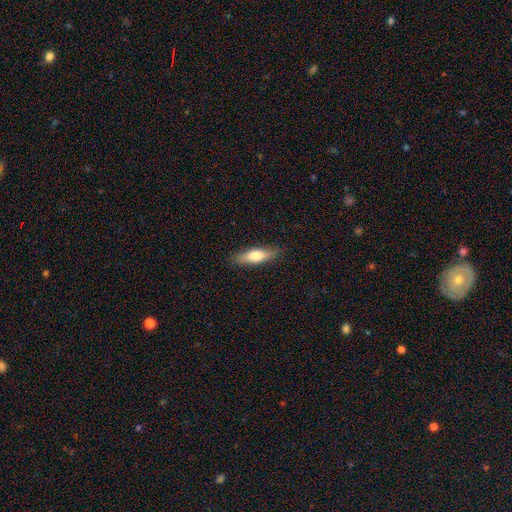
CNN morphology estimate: smooth_or_featured: smooth (p=0.69) [alt: featured or disk p=0.25]
how_rounded: cigar-shaped (p=0.54) [alt: in between p=0.44]
merging: none (p=0.83) [alt: minor disturbance p=0.13]